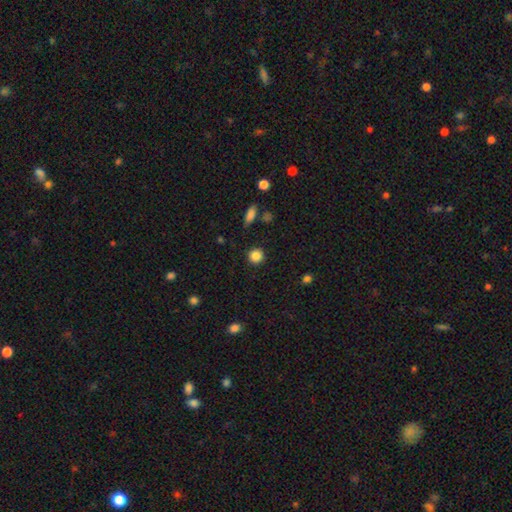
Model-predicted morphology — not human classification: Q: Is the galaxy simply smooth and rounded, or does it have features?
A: smooth — 86%.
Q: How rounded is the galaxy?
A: round — 93%.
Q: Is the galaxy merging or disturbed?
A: none — 89%.